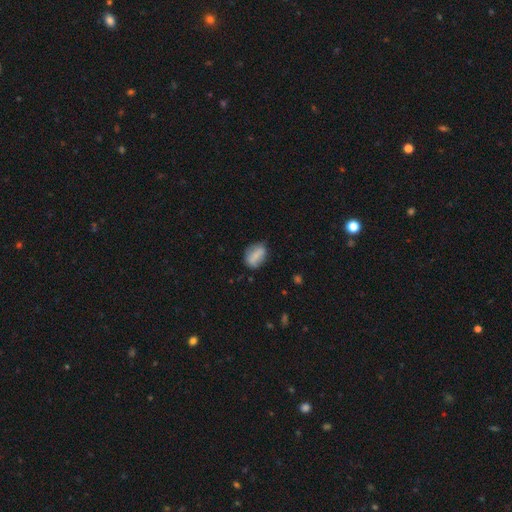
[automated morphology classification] Overall: smooth (73%). How rounded: in between (80%). Merging: none (69%).